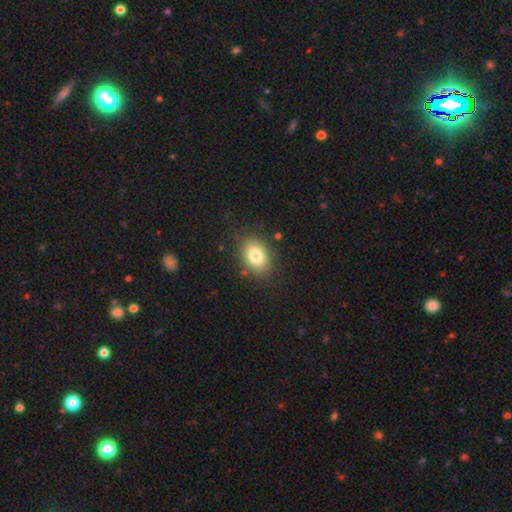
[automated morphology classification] smooth-or-featured: smooth: 80% | featured or disk: 11% | star or artifact: 9%
  how-rounded: in between: 78% | round: 21% | cigar-shaped: 1%
  merging: none: 83% | minor disturbance: 12% | major disturbance: 4% | merger: 2%